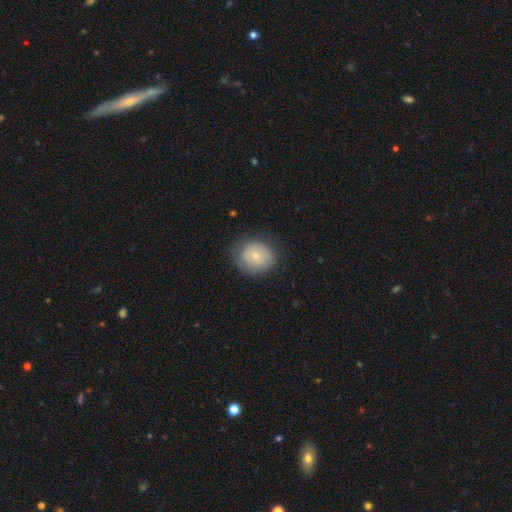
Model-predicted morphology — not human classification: Smooth or featured? smooth (73%)
How rounded? round (65%)
Merging? none (77%)